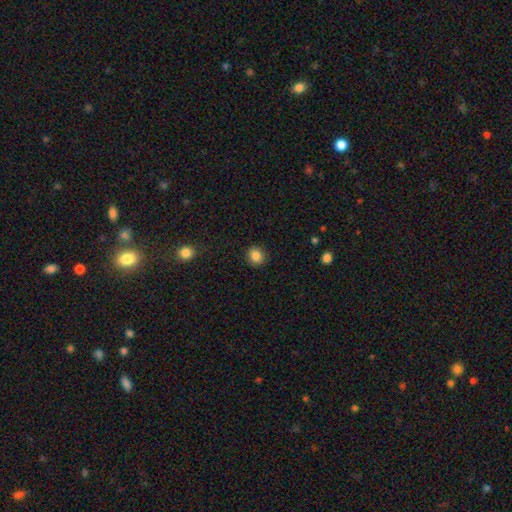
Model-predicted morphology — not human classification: Q: Smooth or featured?
A: smooth (85%); runner-up: star or artifact (10%)
Q: How rounded?
A: round (86%); runner-up: in between (13%)
Q: Merging?
A: none (91%); runner-up: minor disturbance (6%)